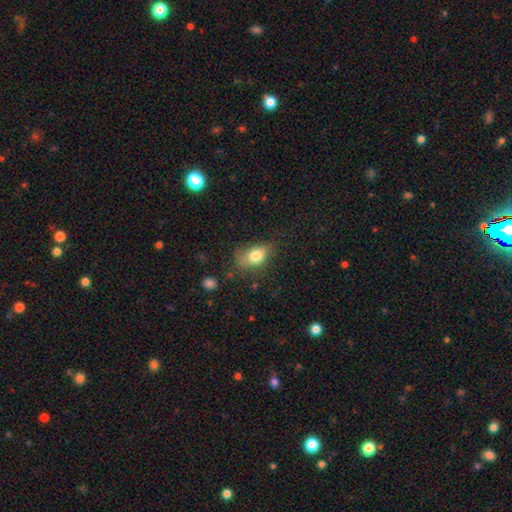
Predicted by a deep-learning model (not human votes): smooth 80%, featured or disk 12%, star or artifact 9%. Down the decision tree: how rounded — in between (84%); merging — none (56%).